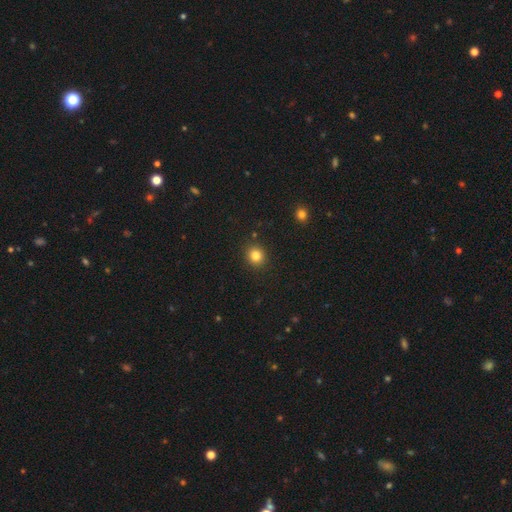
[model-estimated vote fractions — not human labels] Smooth or featured? Predicted: smooth (p=0.82). How rounded? Predicted: round (p=0.83). Merging? Predicted: none (p=0.90).